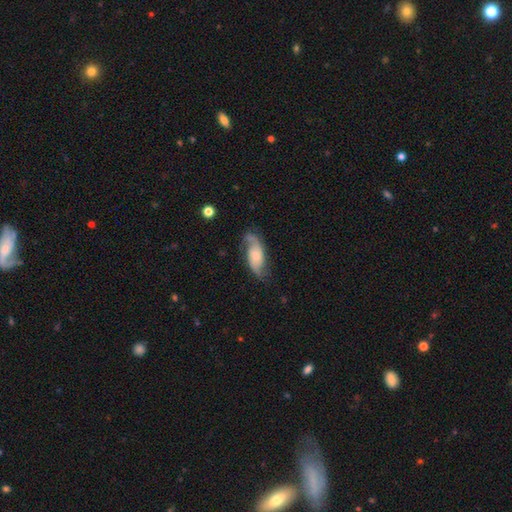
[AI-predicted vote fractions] This appears to be a featured or disk galaxy (70%) with no bar (61%), 2 (84%) loose (44%) spiral arms (93%) and a small central bulge (41%). Merging: none (65%).